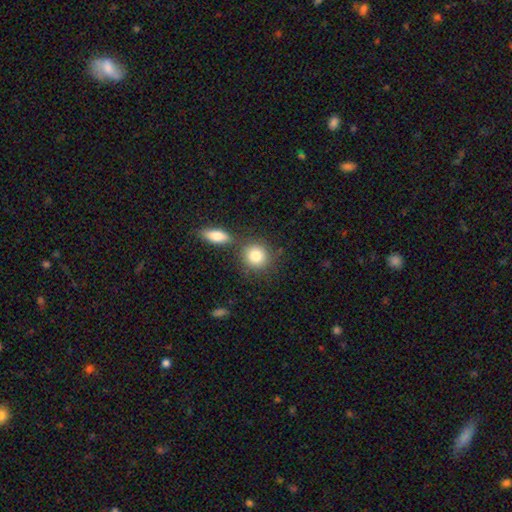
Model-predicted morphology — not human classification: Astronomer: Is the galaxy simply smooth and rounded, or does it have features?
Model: smooth — 83%.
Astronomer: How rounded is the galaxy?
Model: round — 83%.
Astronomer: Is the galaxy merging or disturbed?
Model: none — 68%.